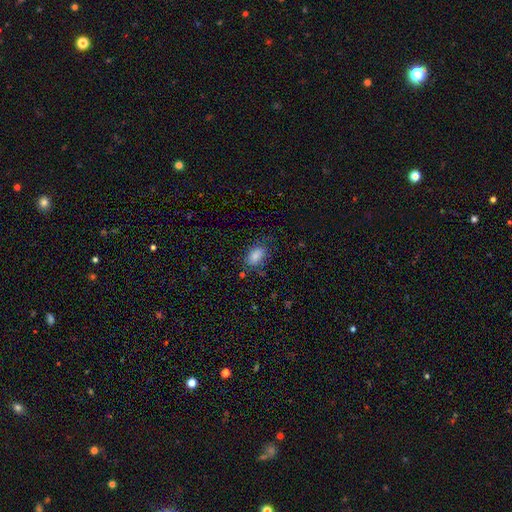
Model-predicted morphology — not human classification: smooth 85%, star or artifact 8%, featured or disk 7%. Down the decision tree: how rounded — in between (91%); merging — none (71%).